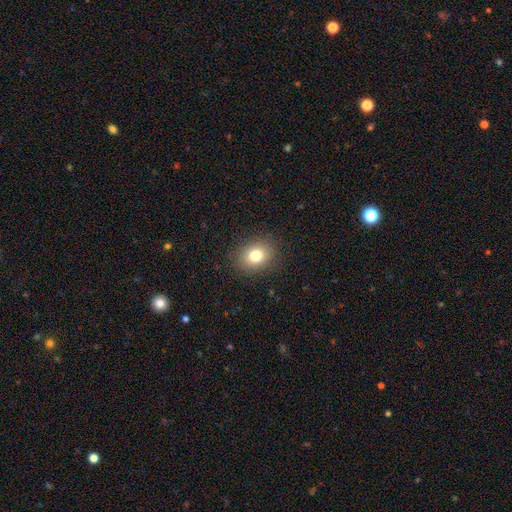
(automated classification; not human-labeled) smooth 80%, star or artifact 11%, featured or disk 9%. Down the decision tree: how rounded — in between (50%); merging — none (88%).